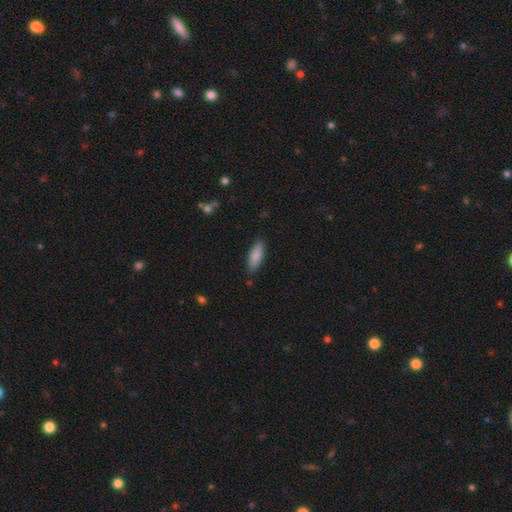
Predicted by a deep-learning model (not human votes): smooth 87%, featured or disk 7%, star or artifact 6%. Down the decision tree: how rounded — in between (58%); merging — none (86%).